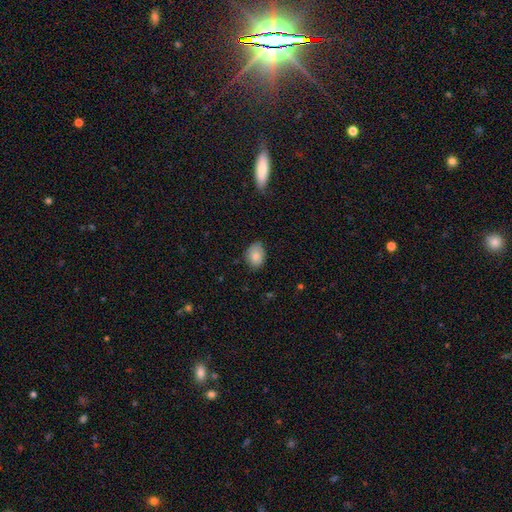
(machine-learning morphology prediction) Q: Smooth or featured?
A: smooth (85%); runner-up: featured or disk (8%)
Q: How rounded?
A: in between (71%); runner-up: round (28%)
Q: Merging?
A: none (70%); runner-up: minor disturbance (25%)